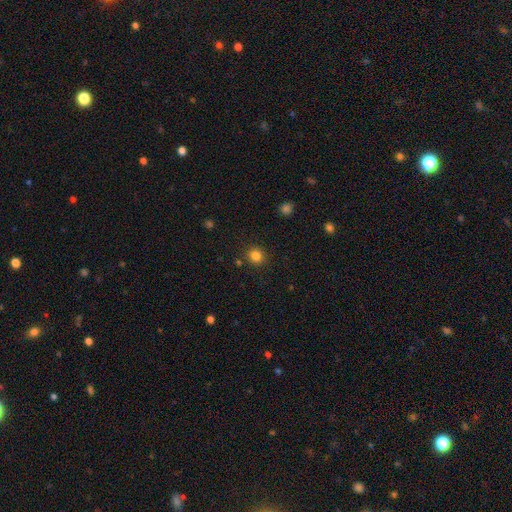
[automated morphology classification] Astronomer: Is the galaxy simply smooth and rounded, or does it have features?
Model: smooth — 82%.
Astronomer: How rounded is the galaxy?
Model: round — 89%.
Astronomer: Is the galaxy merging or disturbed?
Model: none — 88%.